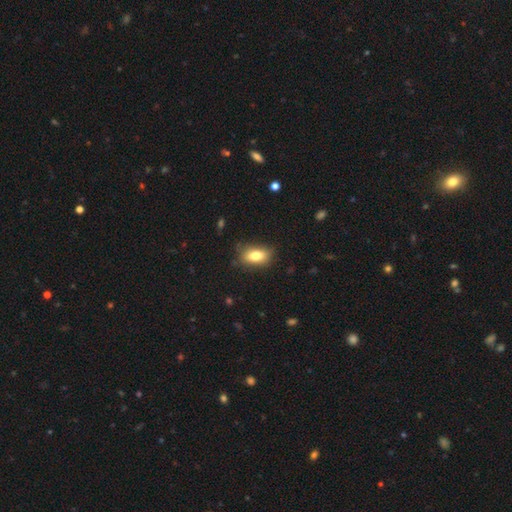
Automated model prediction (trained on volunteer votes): Smooth or featured: smooth — 80% (featured or disk — 12%)
How rounded: in between — 87% (round — 8%)
Merging: none — 77% (minor disturbance — 18%)